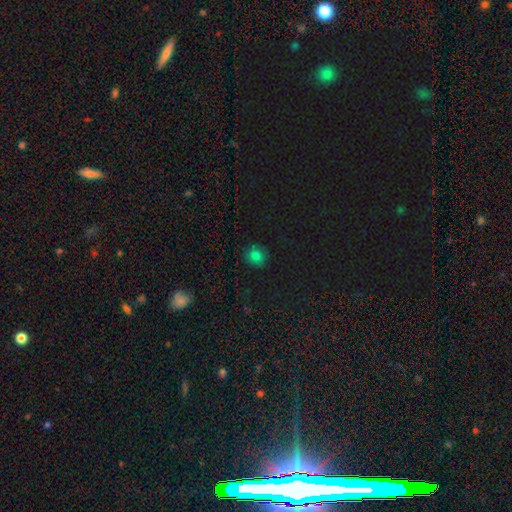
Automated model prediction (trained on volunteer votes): Smooth or featured? Predicted: smooth (p=0.78). How rounded? Predicted: round (p=0.82). Merging? Predicted: none (p=0.88).